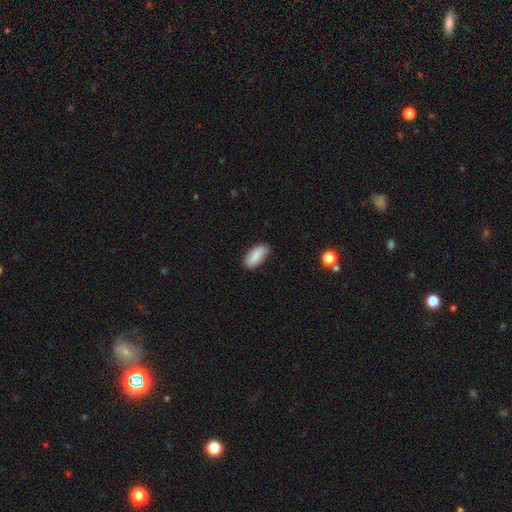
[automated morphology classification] Smooth or featured? Predicted: smooth (p=0.82). How rounded? Predicted: in between (p=0.92). Merging? Predicted: none (p=0.72).